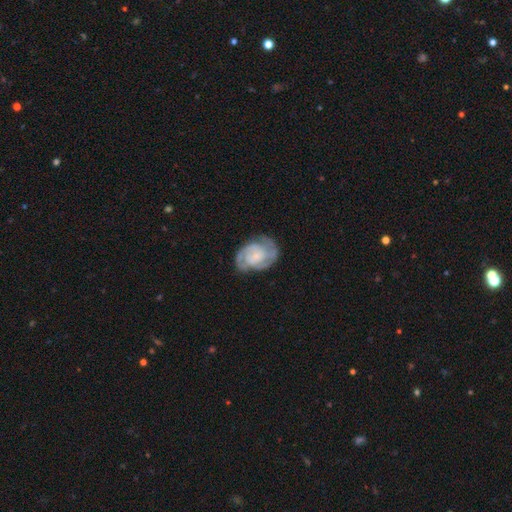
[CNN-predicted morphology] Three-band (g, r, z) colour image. It shows a featured or disk galaxy (79%) with no bar (64%), 2 (50%) tight (51%) spiral arms (93%) and a small central bulge (64%). Merging: none (69%).